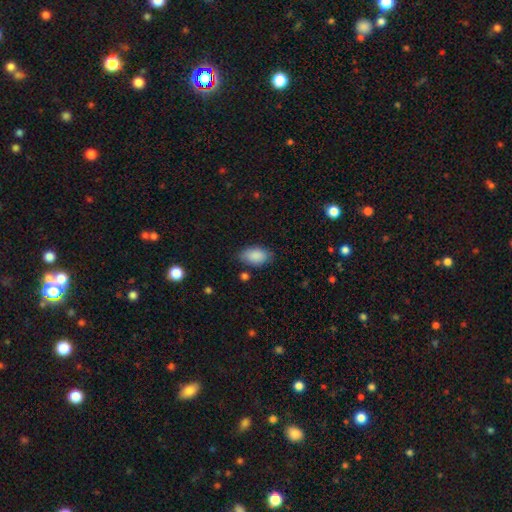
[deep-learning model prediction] Q: Smooth or featured?
A: smooth (88%); runner-up: star or artifact (7%)
Q: How rounded?
A: in between (92%); runner-up: round (6%)
Q: Merging?
A: none (74%); runner-up: minor disturbance (20%)